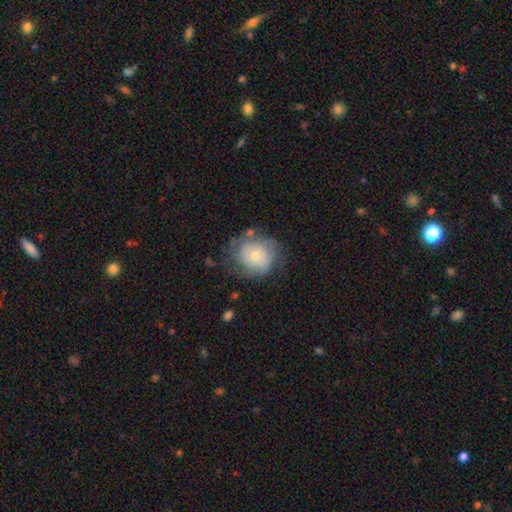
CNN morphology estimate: Overall: featured or disk (48%; smooth 44%). Merging: none (59%; minor disturbance 25%).